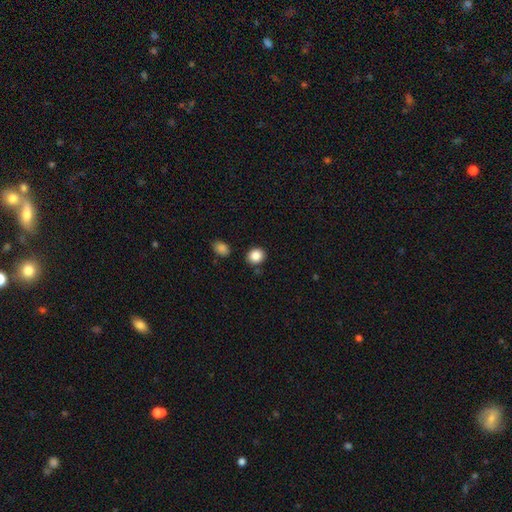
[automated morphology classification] type=smooth (87%); roundness=round (75%); merging=none (85%).